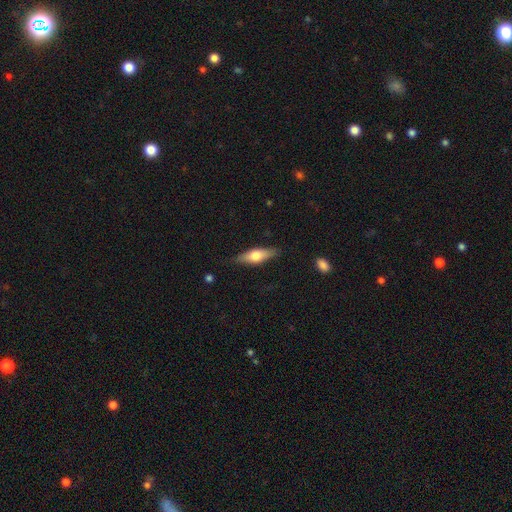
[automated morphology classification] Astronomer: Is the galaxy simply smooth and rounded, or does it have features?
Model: smooth — 50% (runner-up: featured or disk, 44%).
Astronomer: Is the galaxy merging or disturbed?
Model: none — 83%.